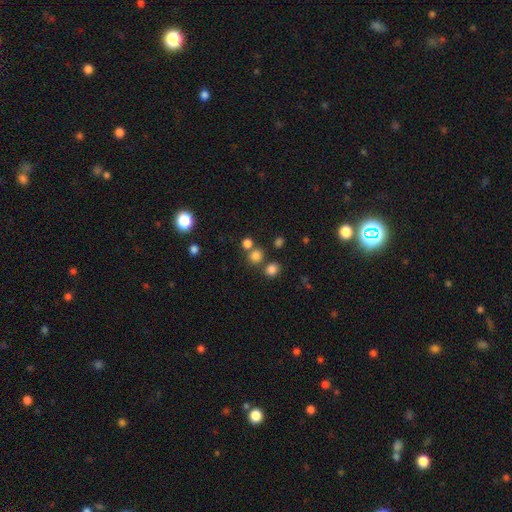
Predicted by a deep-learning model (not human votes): Morphology: type=smooth (76%); roundness=round (87%); merging=none (69%).